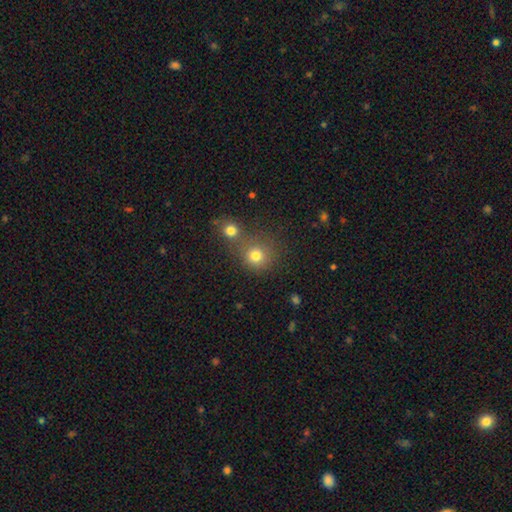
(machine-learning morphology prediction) A smooth galaxy with no disk features (77%) that is round (90%). Merging: none (58%).